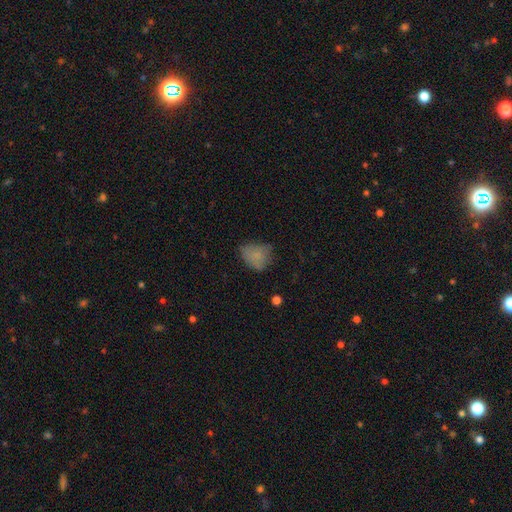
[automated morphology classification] Smooth or featured? smooth (75%)
How rounded? in between (53%)
Merging? none (48%)